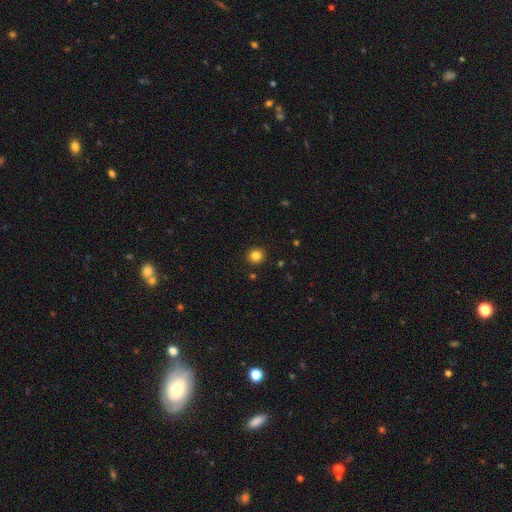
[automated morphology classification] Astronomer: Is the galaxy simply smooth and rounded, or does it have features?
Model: smooth — 83%.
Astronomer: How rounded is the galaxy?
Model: round — 92%.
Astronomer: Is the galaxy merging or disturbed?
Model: none — 92%.